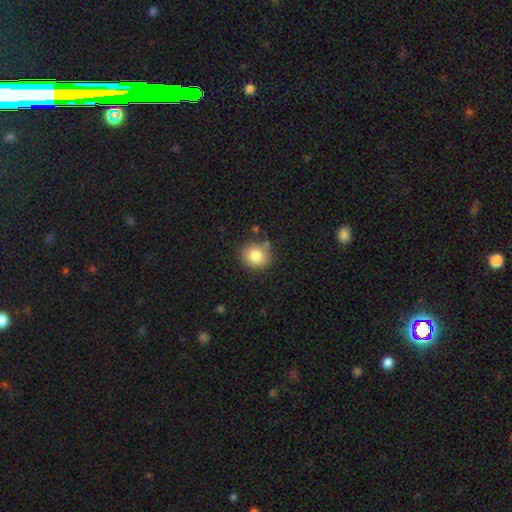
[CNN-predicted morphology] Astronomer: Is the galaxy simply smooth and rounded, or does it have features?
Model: smooth — 81%.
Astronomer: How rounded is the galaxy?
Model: round — 79%.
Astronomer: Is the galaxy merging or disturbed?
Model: none — 76%.